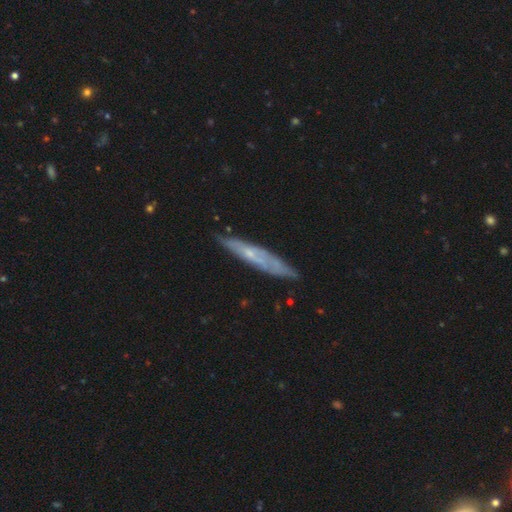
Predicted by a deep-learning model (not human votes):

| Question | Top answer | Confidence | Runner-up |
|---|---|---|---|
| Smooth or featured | featured or disk | 60% | smooth (31%) |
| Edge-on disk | yes | 68% | no (32%) |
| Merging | none | 80% | minor disturbance (15%) |